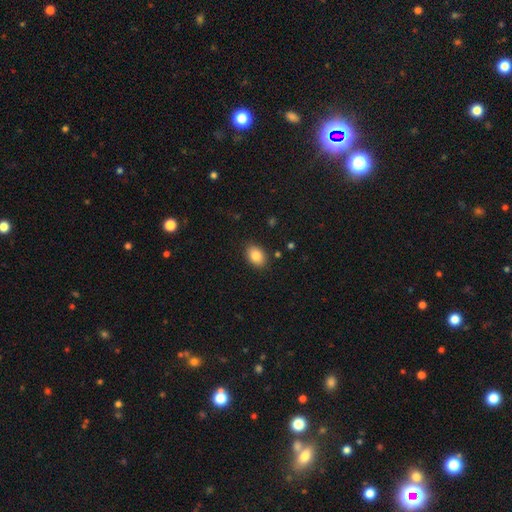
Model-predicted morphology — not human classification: Overall: smooth (86%). How rounded: in between (81%). Merging: none (87%).